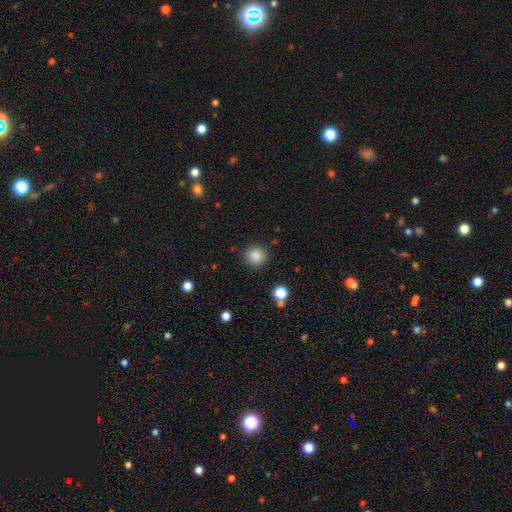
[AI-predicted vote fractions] Smooth or featured? Predicted: smooth (p=0.86). How rounded? Predicted: round (p=0.92). Merging? Predicted: none (p=0.88).